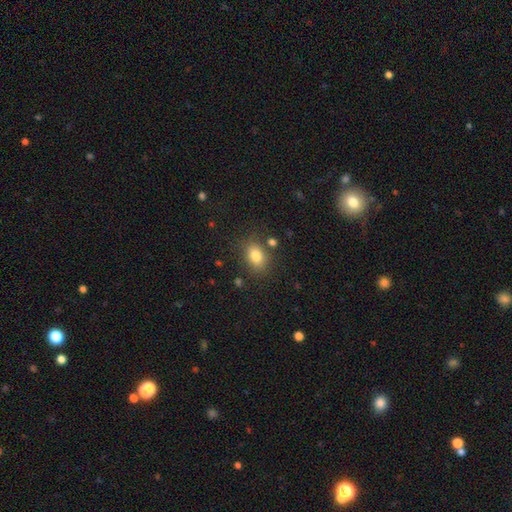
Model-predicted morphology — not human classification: Smooth or featured? smooth (82%)
How rounded? in between (74%)
Merging? none (78%)